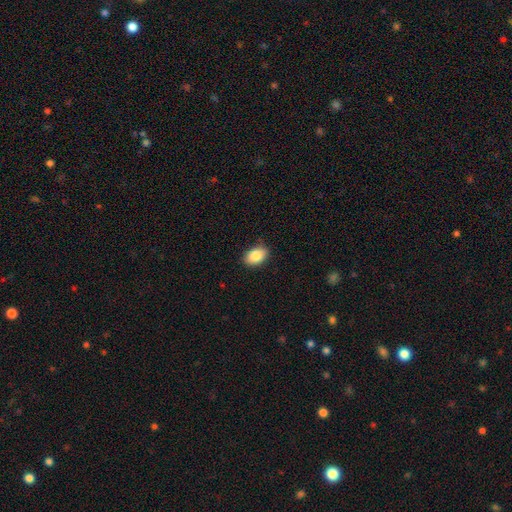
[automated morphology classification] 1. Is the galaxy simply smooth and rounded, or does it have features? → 87% smooth, 7% star or artifact, 6% featured or disk.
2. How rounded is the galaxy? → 87% in between, 11% round, 1% cigar-shaped.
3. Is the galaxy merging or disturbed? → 84% none, 12% minor disturbance, 2% major disturbance, 1% merger.